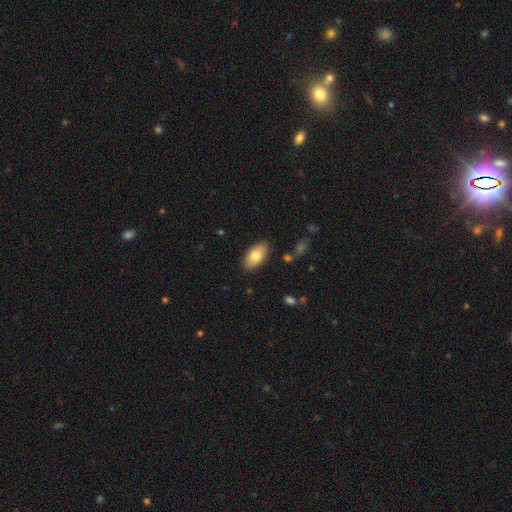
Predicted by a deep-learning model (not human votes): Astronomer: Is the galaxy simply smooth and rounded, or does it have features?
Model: smooth — 80%.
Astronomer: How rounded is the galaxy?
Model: in between — 94%.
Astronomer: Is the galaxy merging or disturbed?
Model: none — 87%.